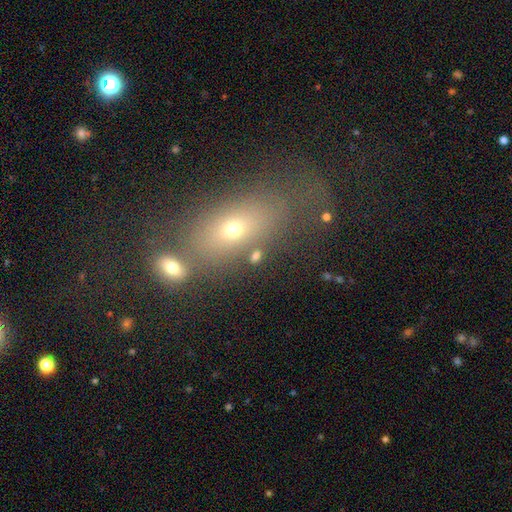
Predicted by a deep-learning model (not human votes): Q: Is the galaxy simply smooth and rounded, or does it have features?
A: smooth — 66%.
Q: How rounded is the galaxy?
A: in between — 67%.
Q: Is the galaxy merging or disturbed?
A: none — 73%.